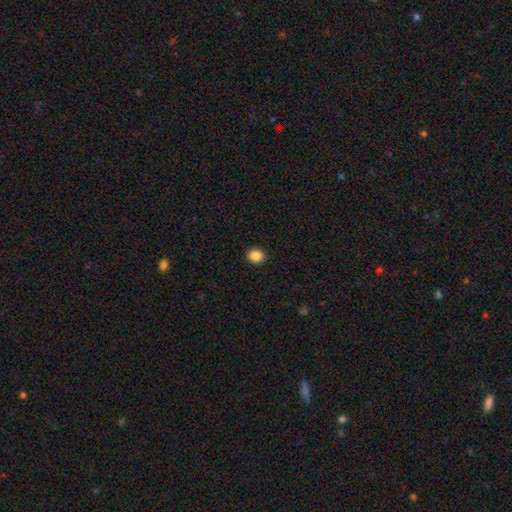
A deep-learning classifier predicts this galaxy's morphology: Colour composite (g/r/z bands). It shows a smooth galaxy with no disk features (88%) that is round (62%). Merging: none (92%).